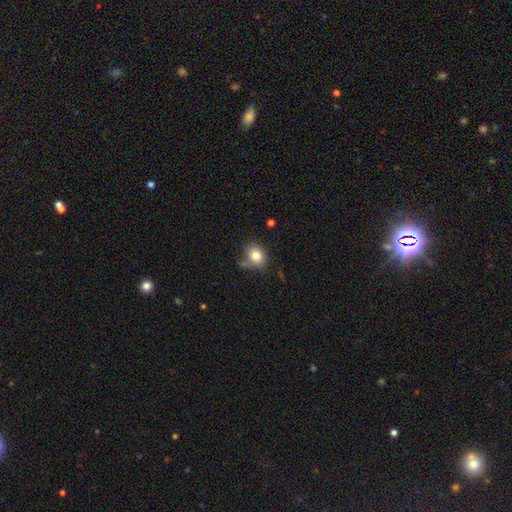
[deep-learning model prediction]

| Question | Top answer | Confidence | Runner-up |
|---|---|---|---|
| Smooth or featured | smooth | 81% | star or artifact (10%) |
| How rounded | round | 50% | in between (49%) |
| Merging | none | 62% | minor disturbance (22%) |